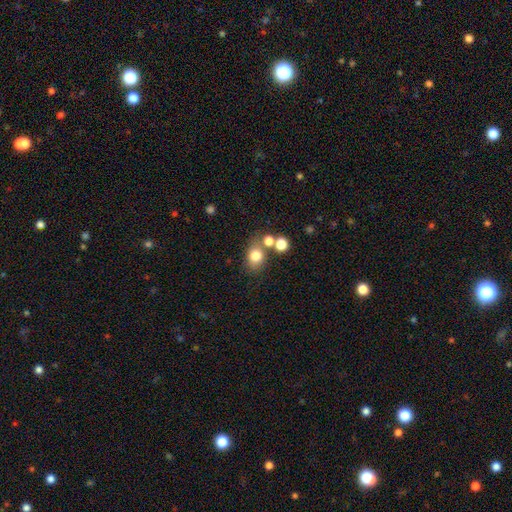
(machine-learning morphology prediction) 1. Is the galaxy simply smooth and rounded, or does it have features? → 77% smooth, 12% star or artifact, 10% featured or disk.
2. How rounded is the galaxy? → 54% round, 45% in between, 1% cigar-shaped.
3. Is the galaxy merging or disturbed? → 63% none, 20% merger, 12% minor disturbance, 5% major disturbance.